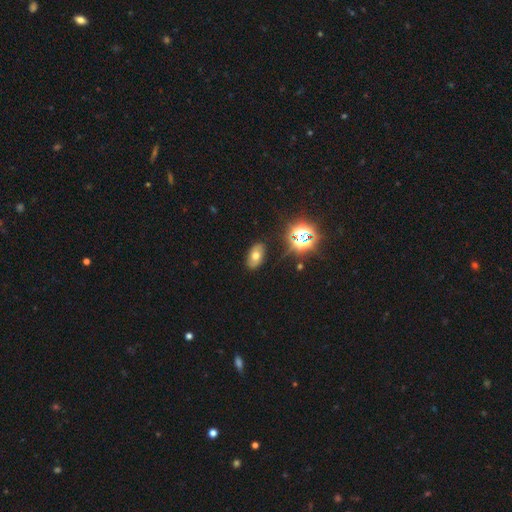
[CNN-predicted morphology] smooth_or_featured: smooth (p=0.57) [alt: star or artifact p=0.23]
how_rounded: in between (p=0.89) [alt: round p=0.09]
merging: none (p=0.84) [alt: minor disturbance p=0.11]